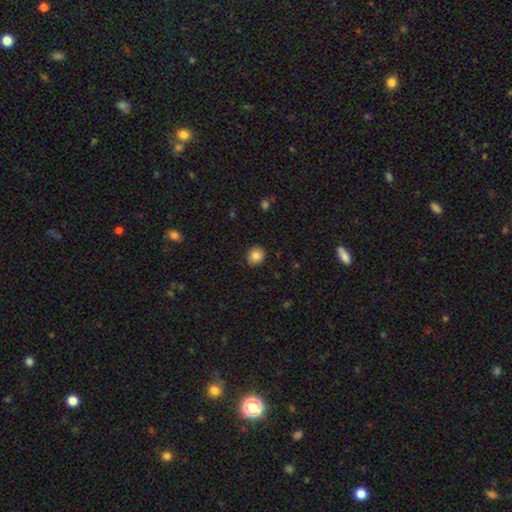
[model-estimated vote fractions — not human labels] Smooth or featured: smooth — 83% (star or artifact — 9%)
How rounded: round — 78% (in between — 21%)
Merging: none — 88% (minor disturbance — 9%)